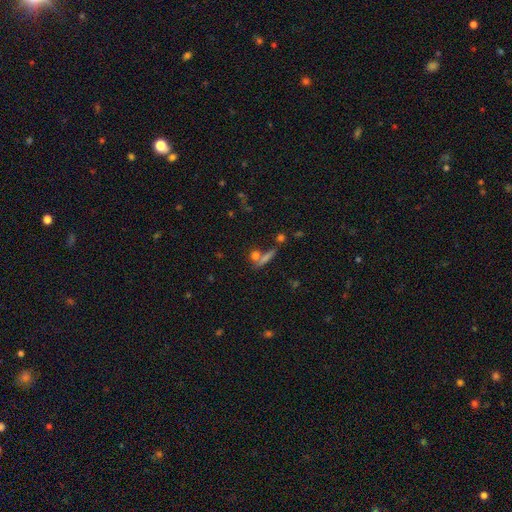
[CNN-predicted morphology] A smooth galaxy with no disk features (66%) that is round (41%).

Vote fractions:
- Smooth or featured? smooth: 66% / featured or disk: 19% / star or artifact: 15%
- How rounded? round: 41% / cigar-shaped: 36% / in between: 22%
- Merging? none: 59% / merger: 26% / minor disturbance: 10% / major disturbance: 5%